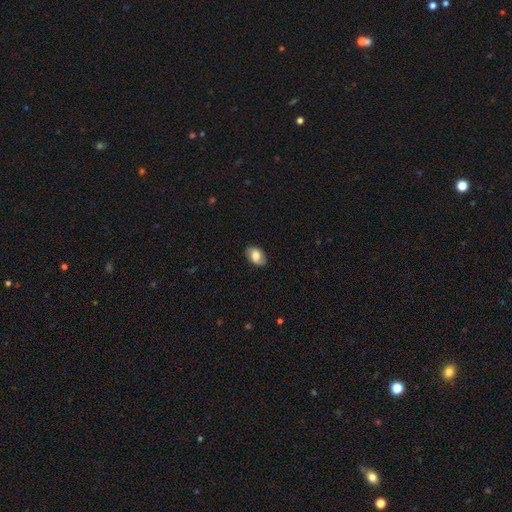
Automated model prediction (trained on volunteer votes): Smooth or featured?
  - smooth: 66% *
  - featured or disk: 26%
  - star or artifact: 8%
How rounded?
  - in between: 88% *
  - round: 11%
  - cigar-shaped: 2%
Merging?
  - none: 83% *
  - minor disturbance: 13%
  - major disturbance: 3%
  - merger: 1%